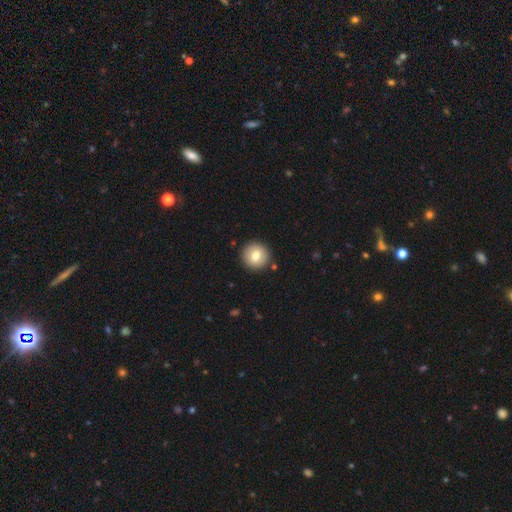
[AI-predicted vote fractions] This appears to be a smooth galaxy with no disk features (78%) that is round (95%). Merging: none (90%).